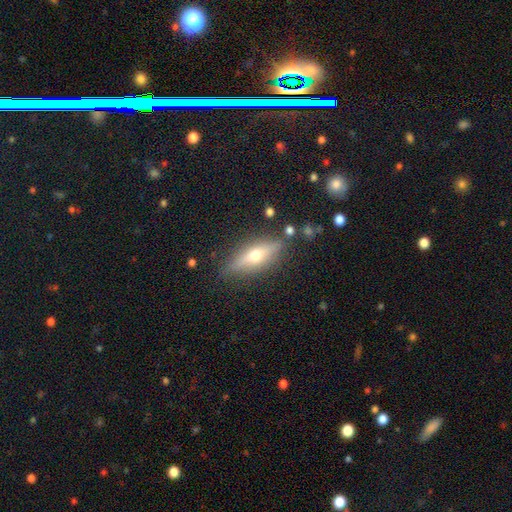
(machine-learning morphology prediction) smooth-or-featured: featured or disk: 57% | smooth: 35% | star or artifact: 8%
  disk-edge-on: yes: 89% | no: 11%
    edge-on-bulge: rounded: 94% | none: 4% | boxy: 3%
  merging: none: 83% | minor disturbance: 12% | major disturbance: 3% | merger: 2%